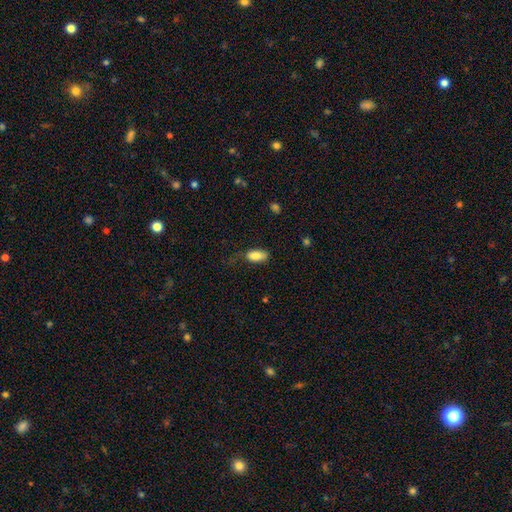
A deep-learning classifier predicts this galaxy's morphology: type=smooth (86%); roundness=in between (90%); merging=none (51%).